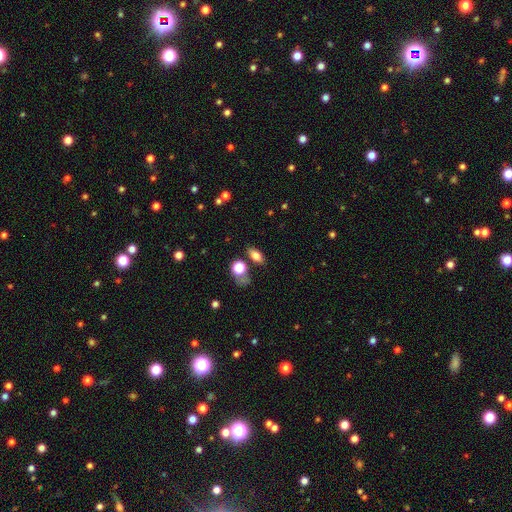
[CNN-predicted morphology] smooth_or_featured: smooth (p=0.76) [alt: featured or disk p=0.14]
how_rounded: in between (p=0.83) [alt: round p=0.10]
merging: none (p=0.74) [alt: minor disturbance p=0.13]